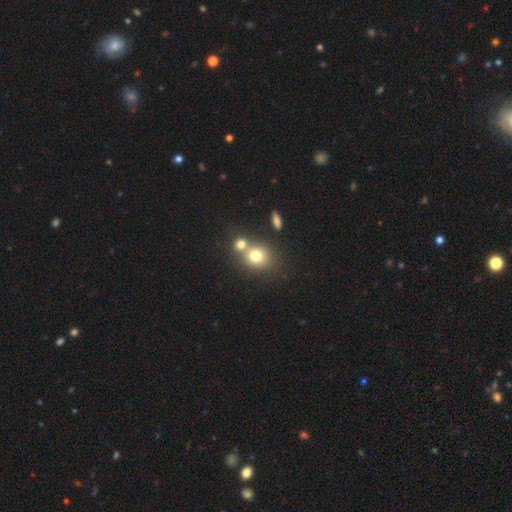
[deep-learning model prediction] A smooth galaxy with no disk features (75%) that is round (73%). Merging: none (45%).